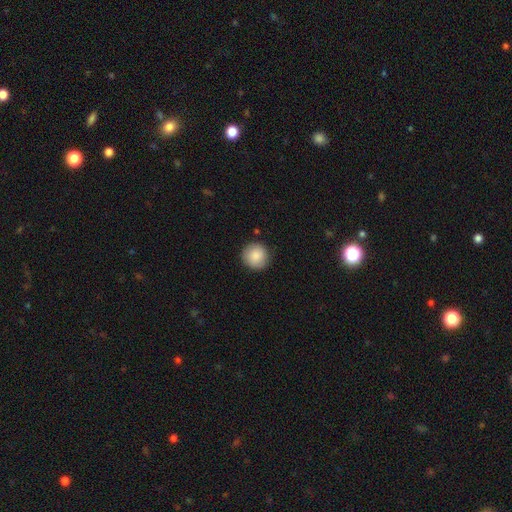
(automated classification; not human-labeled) Morphology: type=smooth (88%); roundness=round (94%); merging=none (89%).